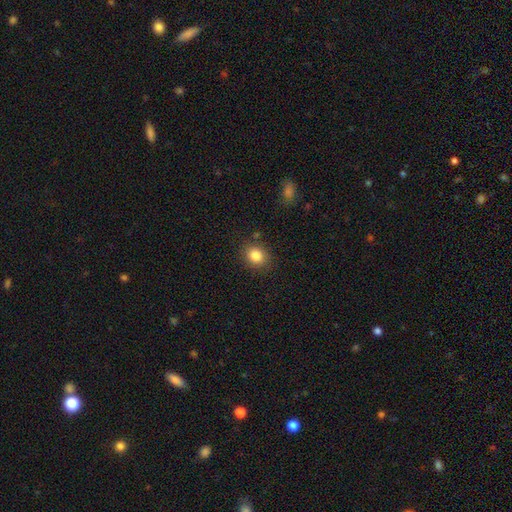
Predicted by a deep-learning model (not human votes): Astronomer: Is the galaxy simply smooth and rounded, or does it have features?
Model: smooth — 84%.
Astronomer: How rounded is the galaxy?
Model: round — 66%.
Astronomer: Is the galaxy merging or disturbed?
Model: none — 85%.